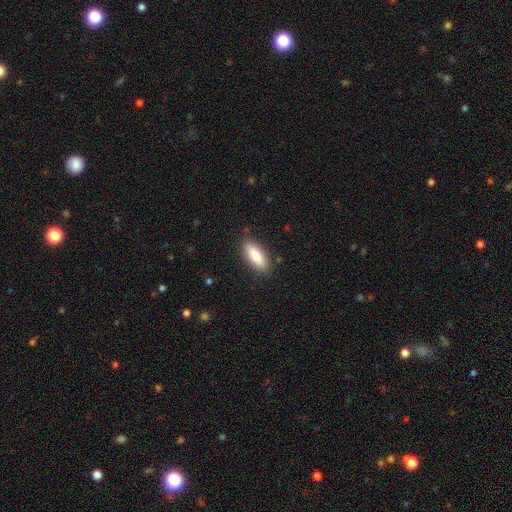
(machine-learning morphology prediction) Smooth or featured?
  - smooth: 83% *
  - featured or disk: 10%
  - star or artifact: 6%
How rounded?
  - in between: 72% *
  - cigar-shaped: 26%
  - round: 2%
Merging?
  - none: 86% *
  - minor disturbance: 11%
  - major disturbance: 2%
  - merger: 1%